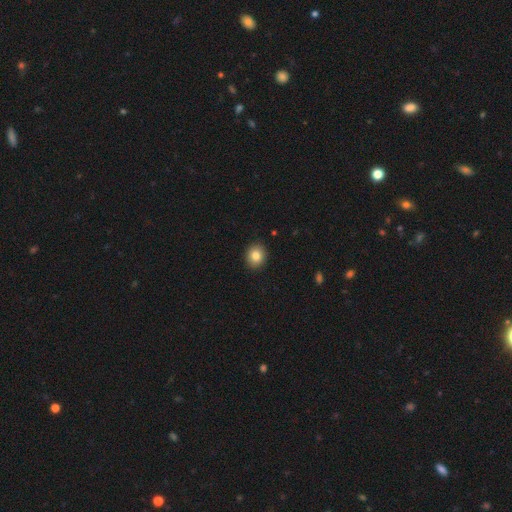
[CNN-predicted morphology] Q: Smooth or featured?
A: smooth (83%); runner-up: star or artifact (10%)
Q: How rounded?
A: round (77%); runner-up: in between (22%)
Q: Merging?
A: none (92%); runner-up: minor disturbance (6%)